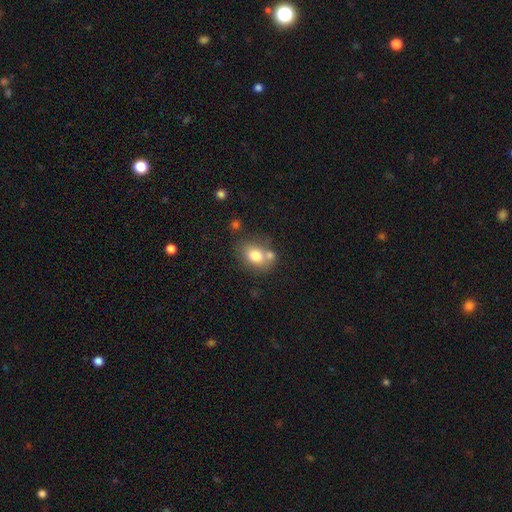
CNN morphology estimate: Overall: smooth (77%). How rounded: in between (64%; round 35%). Merging: none (52%; merger 27%).